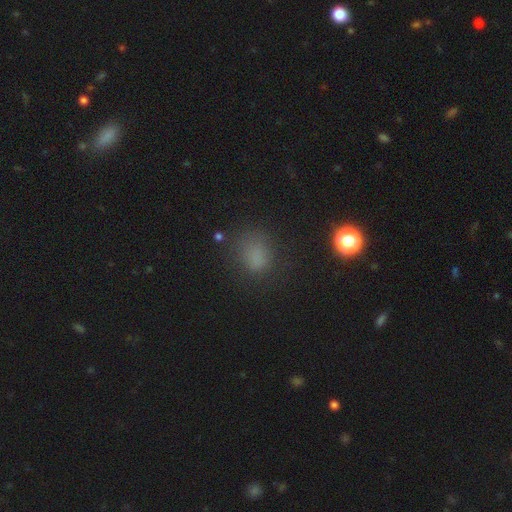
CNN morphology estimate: smooth_or_featured: smooth (p=0.72) [alt: star or artifact p=0.21]
how_rounded: round (p=0.63) [alt: in between p=0.36]
merging: none (p=0.71) [alt: minor disturbance p=0.18]